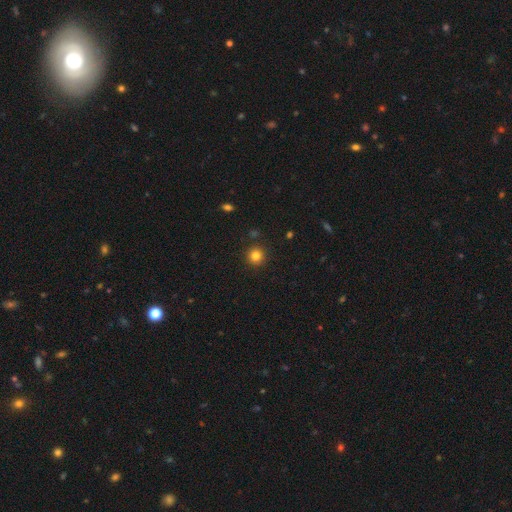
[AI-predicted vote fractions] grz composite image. It shows a smooth galaxy with no disk features (82%) that is round (94%). Merging: none (90%).